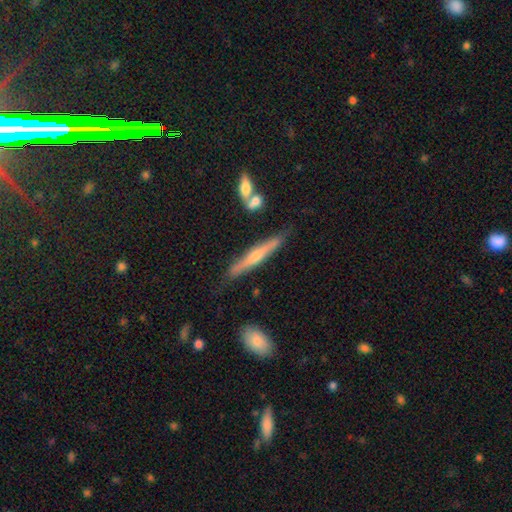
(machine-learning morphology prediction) smooth_or_featured: featured or disk (p=0.58) [alt: smooth p=0.36]
disk_edge_on: yes (p=0.95) [alt: no p=0.05]
edge_on_bulge: rounded (p=0.72) [alt: none p=0.21]
merging: none (p=0.79) [alt: minor disturbance p=0.14]